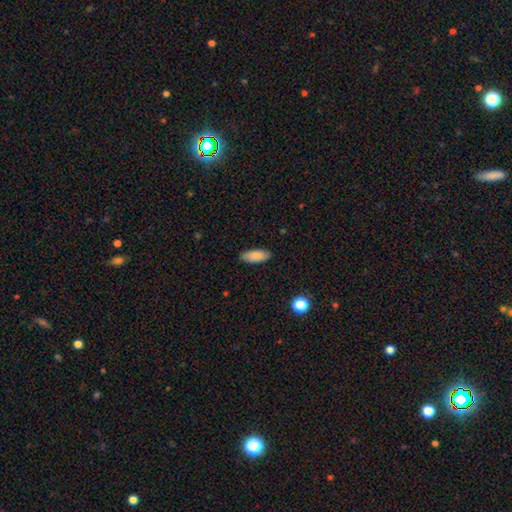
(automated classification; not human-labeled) Smooth or featured? Predicted: smooth (p=0.87). How rounded? Predicted: in between (p=0.80). Merging? Predicted: none (p=0.87).